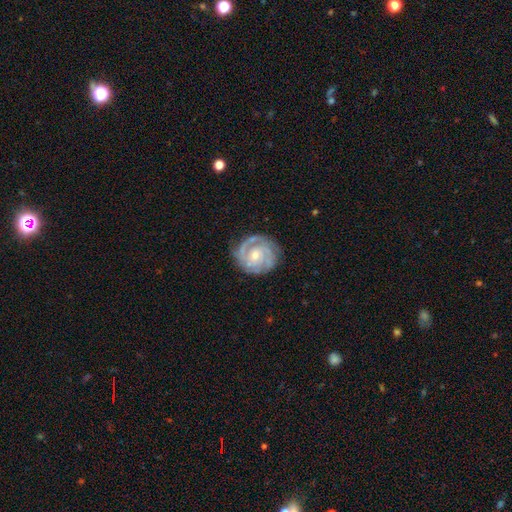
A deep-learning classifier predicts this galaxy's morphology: Smooth or featured?
  - featured or disk: 86% *
  - smooth: 9%
  - star or artifact: 5%
Edge-on disk?
  - no: 98% *
  - yes: 2%
Bar?
  - no: 71% *
  - weak: 25%
  - strong: 5%
Spiral arms?
  - yes: 96% *
  - no: 4%
Spiral winding?
  - tight: 68% *
  - medium: 26%
  - loose: 5%
Spiral arm count?
  - 3: 29% *
  - 2: 27%
  - can't tell: 24%
  - 4: 9%
  - 1: 6%
  - more than 4: 5%
Bulge size?
  - small: 60% *
  - moderate: 37%
  - large: 2%
  - none: 1%
  - dominant: 1%
Merging?
  - none: 77% *
  - minor disturbance: 16%
  - major disturbance: 6%
  - merger: 1%